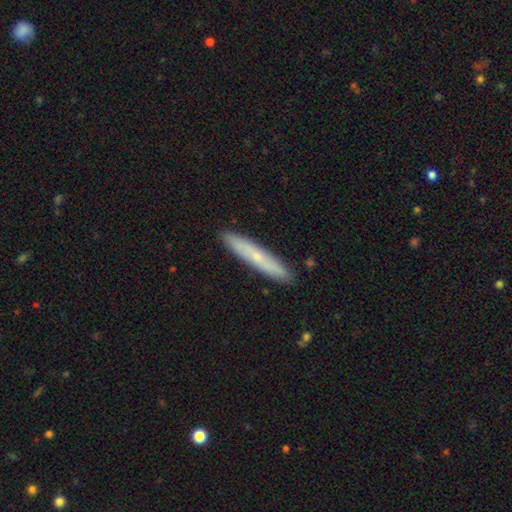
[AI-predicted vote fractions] Smooth or featured? smooth (56%)
How rounded? cigar-shaped (93%)
Merging? none (90%)